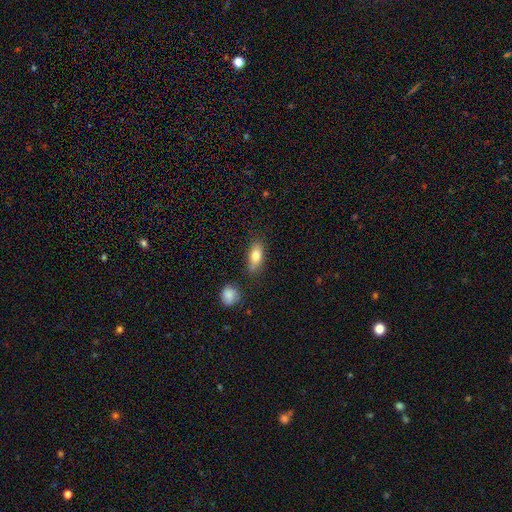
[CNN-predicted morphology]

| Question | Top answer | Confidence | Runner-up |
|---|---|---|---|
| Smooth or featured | smooth | 79% | featured or disk (13%) |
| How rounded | in between | 83% | cigar-shaped (11%) |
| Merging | none | 70% | minor disturbance (19%) |